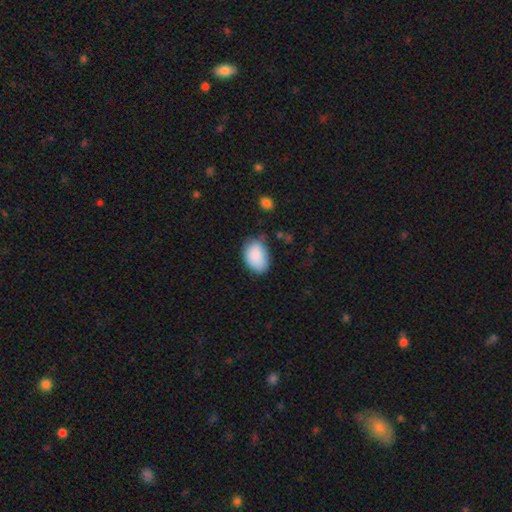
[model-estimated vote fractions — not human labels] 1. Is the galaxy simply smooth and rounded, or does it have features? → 88% smooth, 7% star or artifact, 5% featured or disk.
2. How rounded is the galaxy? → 85% in between, 14% round, 1% cigar-shaped.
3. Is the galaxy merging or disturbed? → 61% none, 29% minor disturbance, 7% major disturbance, 3% merger.